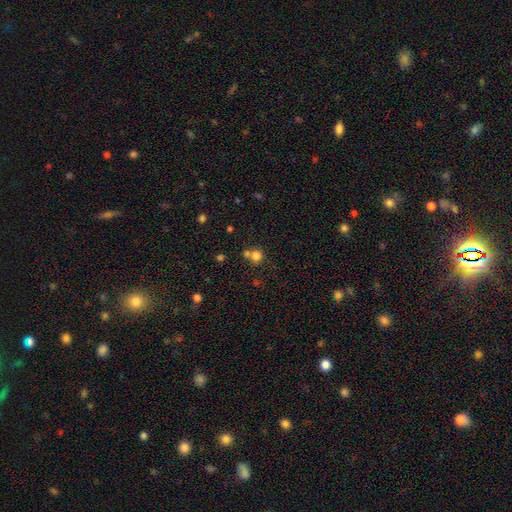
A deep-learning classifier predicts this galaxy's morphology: Overall: smooth (78%). How rounded: round (86%). Merging: none (51%; merger 37%).